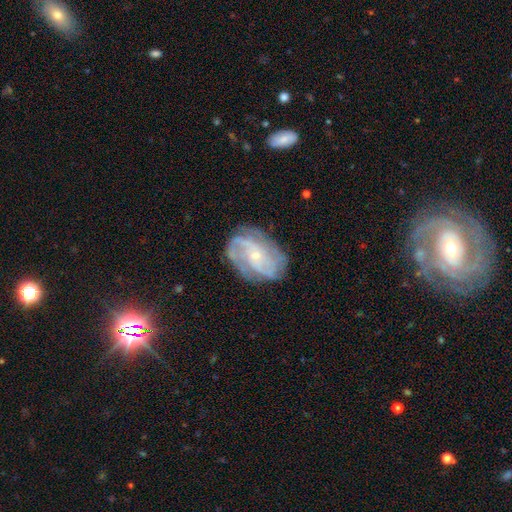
A featured or disk galaxy (86%) with no bar (45%), 2 (60%) tight (43%) spiral arms (97%) and a small central bulge (77%). Merging: none (68%).